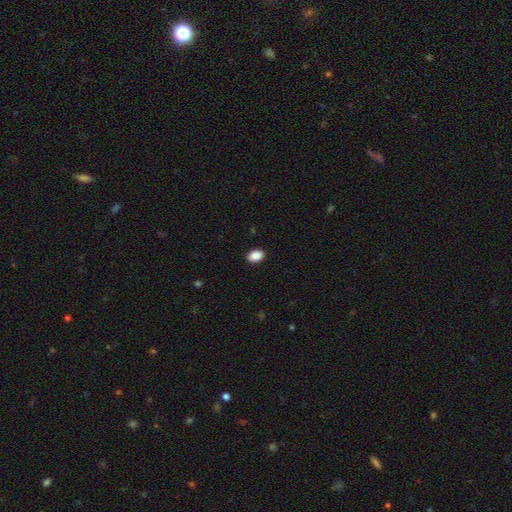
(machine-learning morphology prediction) This appears to be a smooth galaxy with no disk features (90%) that is in between round and cigar-shaped (85%). Merging: none (90%).